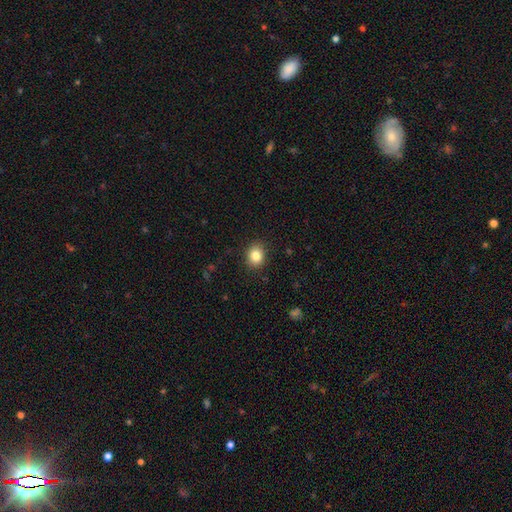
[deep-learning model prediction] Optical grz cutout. It shows a smooth galaxy with no disk features (84%) that is round (62%). Merging: none (89%).